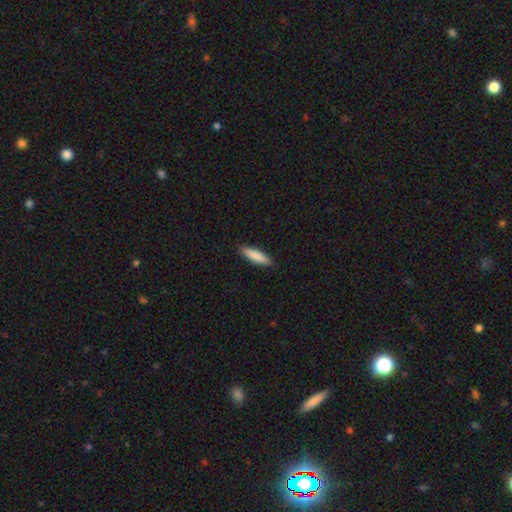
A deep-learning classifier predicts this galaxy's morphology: Smooth or featured? Predicted: smooth (p=0.86). How rounded? Predicted: cigar-shaped (p=0.68). Merging? Predicted: none (p=0.90).